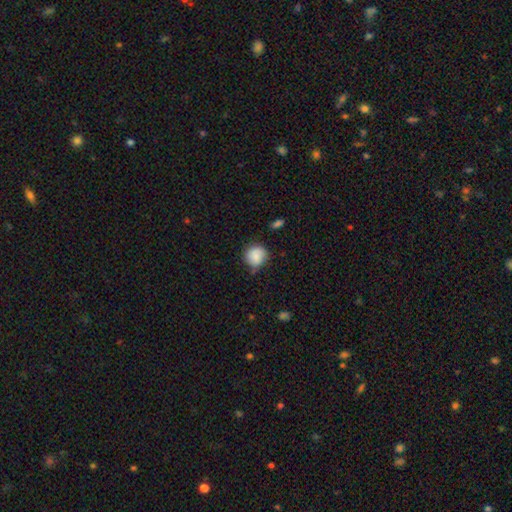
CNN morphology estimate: A smooth galaxy with no disk features (85%) that is round (83%). Merging: none (68%).